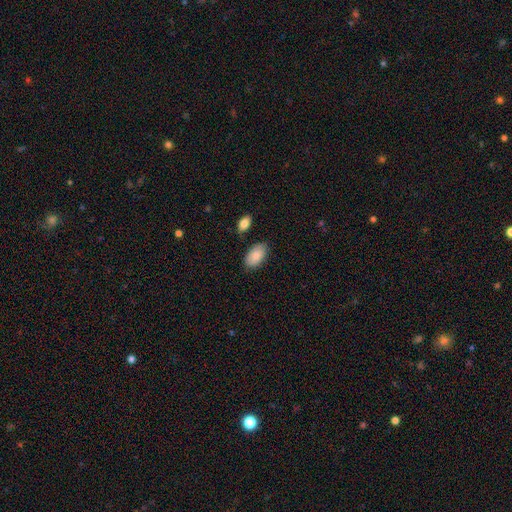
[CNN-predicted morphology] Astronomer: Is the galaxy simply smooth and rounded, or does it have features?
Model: smooth — 86%.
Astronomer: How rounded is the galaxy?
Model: in between — 95%.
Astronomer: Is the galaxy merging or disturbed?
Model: none — 80%.